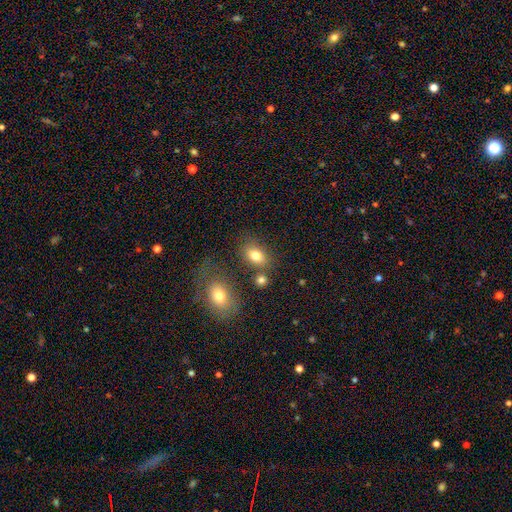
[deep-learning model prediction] smooth 79%, star or artifact 11%, featured or disk 11%. Down the decision tree: how rounded — in between (79%); merging — none (65%).